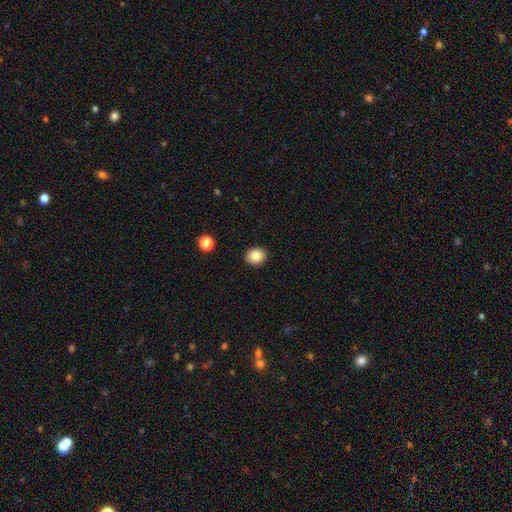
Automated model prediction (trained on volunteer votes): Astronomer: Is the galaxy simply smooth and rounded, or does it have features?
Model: smooth — 83%.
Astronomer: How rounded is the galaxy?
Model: round — 66%.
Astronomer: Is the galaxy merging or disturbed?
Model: none — 91%.